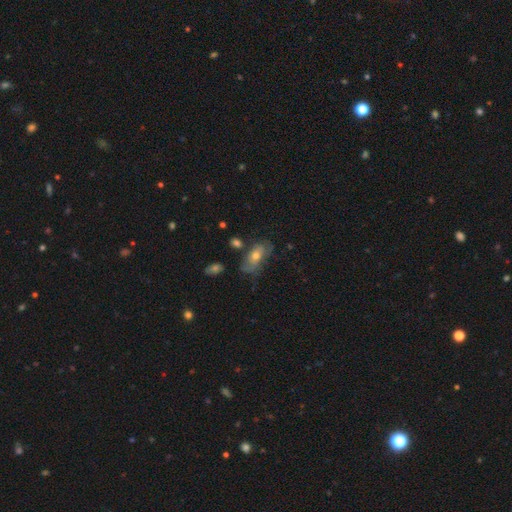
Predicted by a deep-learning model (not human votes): This appears to be a featured or disk galaxy (45%). Merging: none (52%).